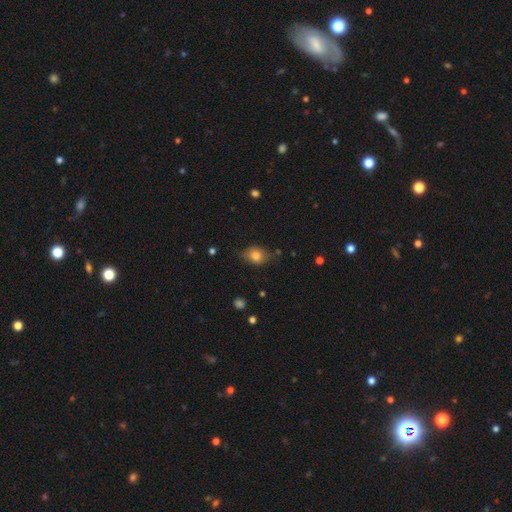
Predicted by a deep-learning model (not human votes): A smooth galaxy with no disk features (78%) that is in between round and cigar-shaped (65%).

Vote fractions:
- Smooth or featured? smooth: 78% / featured or disk: 13% / star or artifact: 10%
- How rounded? in between: 65% / round: 33% / cigar-shaped: 2%
- Merging? none: 71% / minor disturbance: 23% / major disturbance: 5% / merger: 2%